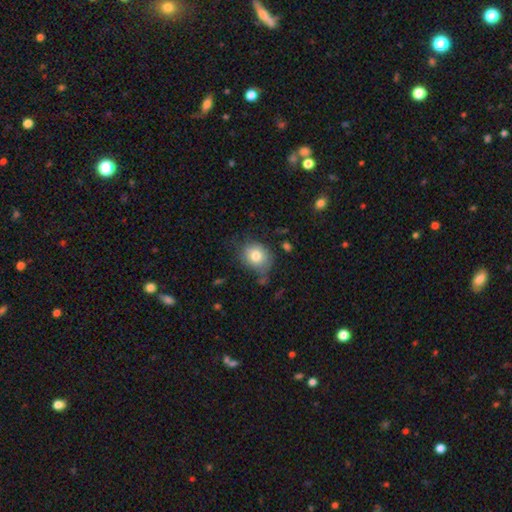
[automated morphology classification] A smooth galaxy with no disk features (78%) that is round (69%). Merging: none (58%).